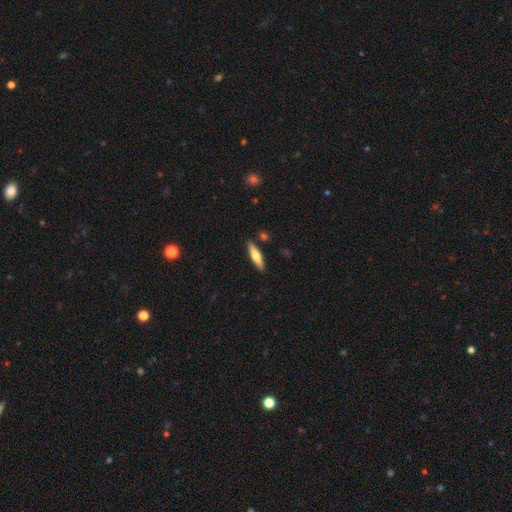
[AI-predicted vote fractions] A smooth galaxy with no disk features (63%) that is cigar-shaped (71%).

Vote fractions:
- Smooth or featured? smooth: 63% / featured or disk: 31% / star or artifact: 6%
- How rounded? cigar-shaped: 71% / in between: 28% / round: 2%
- Merging? none: 86% / minor disturbance: 9% / merger: 3% / major disturbance: 2%